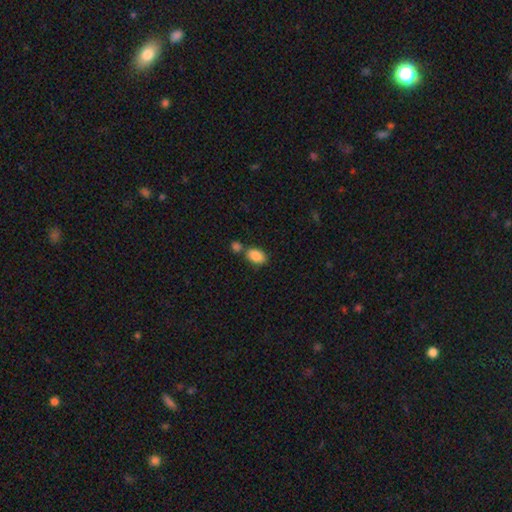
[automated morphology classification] Smooth or featured?
  - smooth: 87% *
  - star or artifact: 8%
  - featured or disk: 5%
How rounded?
  - in between: 88% *
  - round: 11%
  - cigar-shaped: 2%
Merging?
  - none: 58% *
  - merger: 26%
  - minor disturbance: 13%
  - major disturbance: 4%